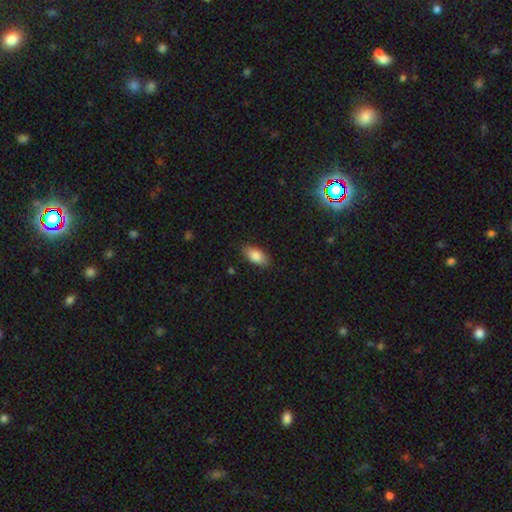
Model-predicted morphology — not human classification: Smooth or featured: smooth — 83% (featured or disk — 9%)
How rounded: in between — 88% (cigar-shaped — 9%)
Merging: none — 84% (minor disturbance — 12%)